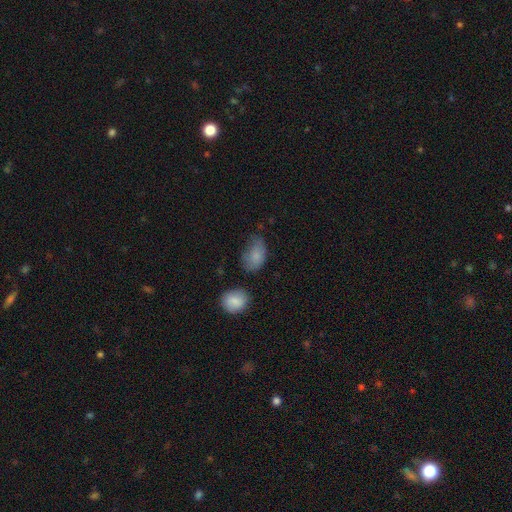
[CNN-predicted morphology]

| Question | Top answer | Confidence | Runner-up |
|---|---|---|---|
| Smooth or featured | smooth | 82% | featured or disk (10%) |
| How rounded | in between | 86% | round (13%) |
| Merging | none | 42% | minor disturbance (40%) |